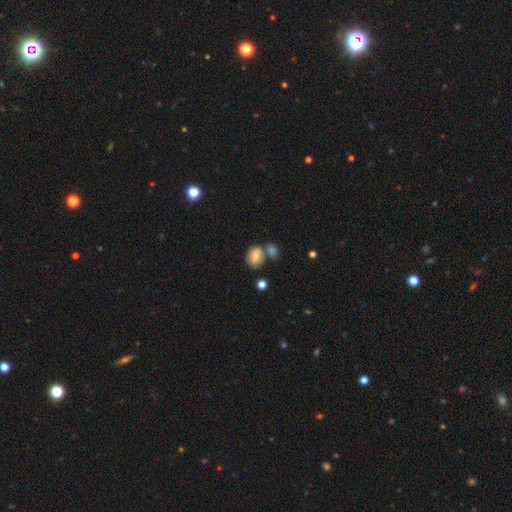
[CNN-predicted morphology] A smooth galaxy with no disk features (72%) that is in between round and cigar-shaped (61%).

Vote fractions:
- Smooth or featured? smooth: 72% / featured or disk: 19% / star or artifact: 9%
- How rounded? in between: 61% / round: 38% / cigar-shaped: 1%
- Merging? none: 45% / merger: 35% / minor disturbance: 15% / major disturbance: 5%